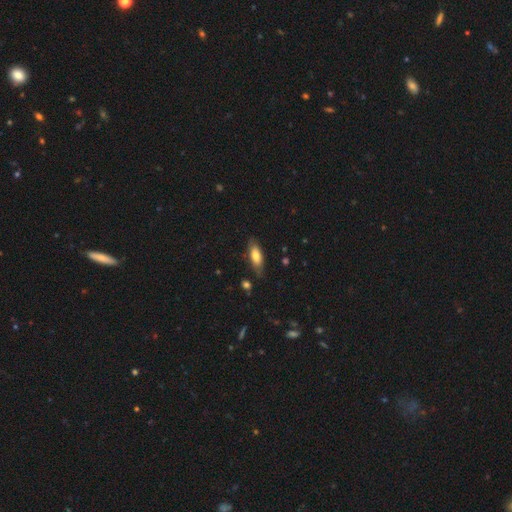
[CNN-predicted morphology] A smooth galaxy with no disk features (72%) that is in between round and cigar-shaped (73%). Merging: none (75%).